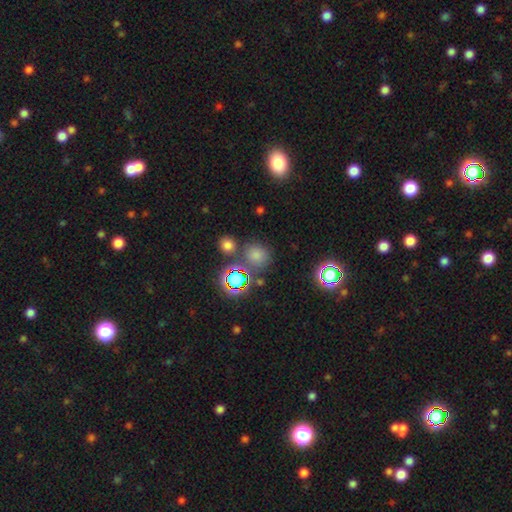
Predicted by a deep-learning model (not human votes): The model was most divided on "smooth or featured": smooth: 68%, star or artifact: 25%, featured or disk: 7%. More confident: how rounded — round (86%); merging — none (71%).